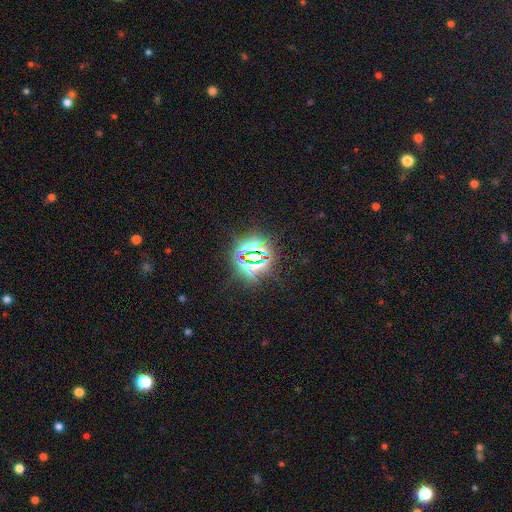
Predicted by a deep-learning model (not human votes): The model was most divided on "smooth or featured": star or artifact: 81%, smooth: 12%, featured or disk: 7%.